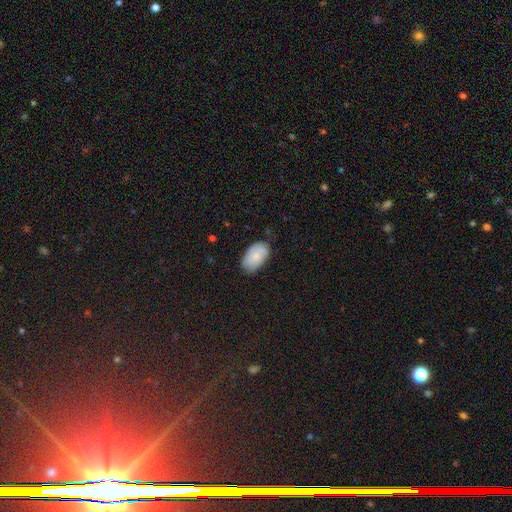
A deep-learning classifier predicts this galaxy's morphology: A smooth galaxy with no disk features (68%) that is in between round and cigar-shaped (93%). Merging: none (69%).